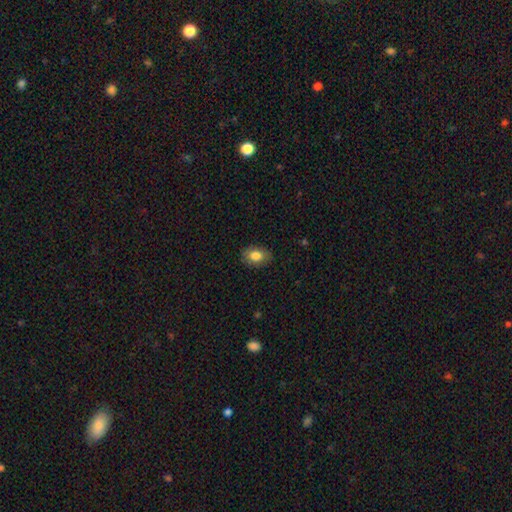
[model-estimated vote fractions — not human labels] This is clearly a smooth galaxy (82%). How rounded: clearly in between (82%). Merging: clearly none (84%).